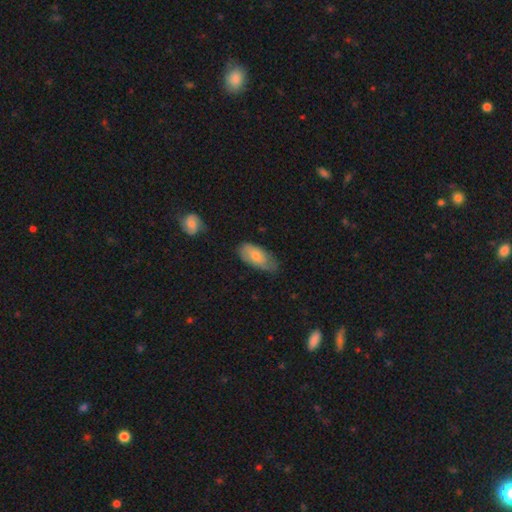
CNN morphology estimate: Smooth or featured: smooth — 65% (featured or disk — 29%)
How rounded: in between — 90% (cigar-shaped — 7%)
Merging: none — 61% (minor disturbance — 31%)